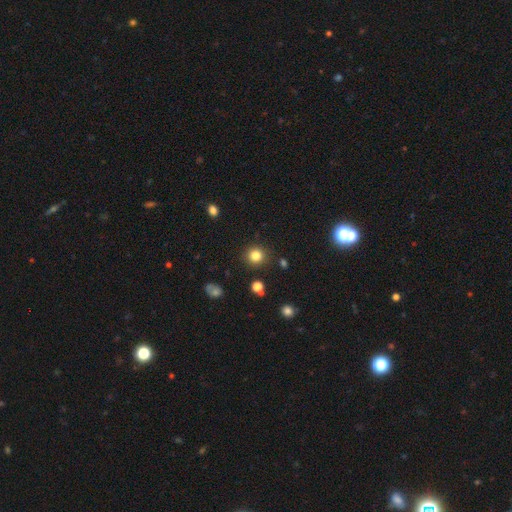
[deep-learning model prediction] smooth-or-featured: smooth: 82% | star or artifact: 12% | featured or disk: 5%
  how-rounded: round: 92% | in between: 7% | cigar-shaped: 1%
  merging: none: 90% | minor disturbance: 6% | major disturbance: 2% | merger: 2%